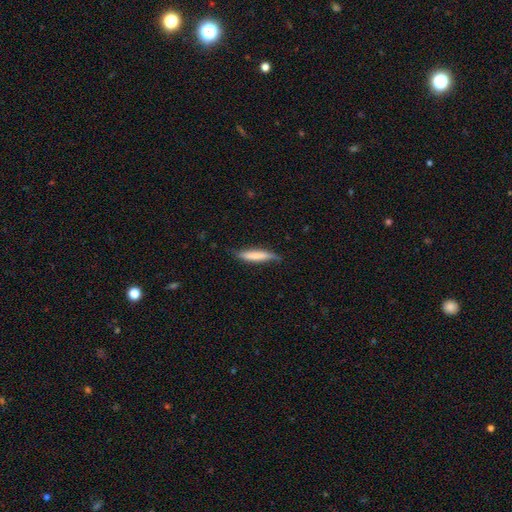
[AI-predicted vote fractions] Overall: smooth (70%). How rounded: cigar-shaped (84%). Merging: none (64%; minor disturbance 28%).